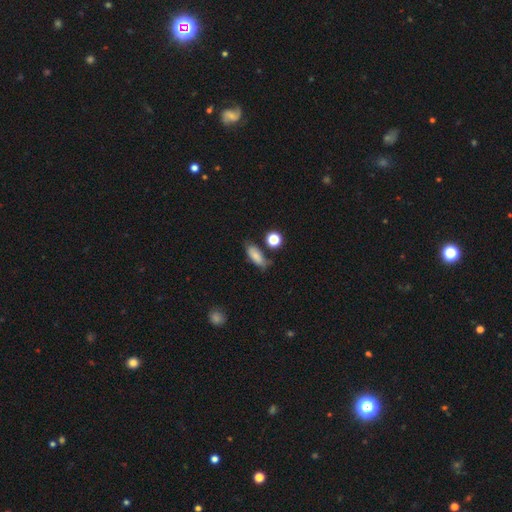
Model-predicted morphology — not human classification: smooth 78%, featured or disk 12%, star or artifact 10%. Down the decision tree: how rounded — in between (74%); merging — none (60%).